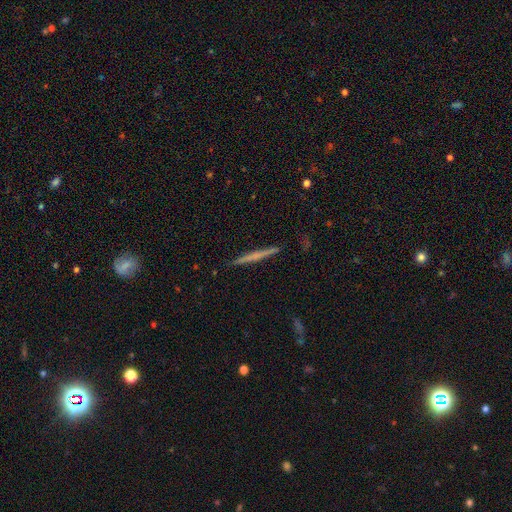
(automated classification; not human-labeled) Overall: featured or disk (55%; smooth 39%). Edge-on disk: yes (98%). Edge-on bulge: none (73%). Merging: none (92%).